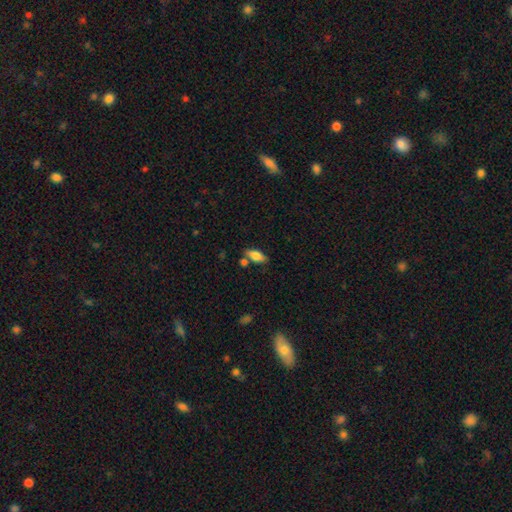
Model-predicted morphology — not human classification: Q: Smooth or featured?
A: smooth (77%); runner-up: featured or disk (15%)
Q: How rounded?
A: in between (83%); runner-up: cigar-shaped (14%)
Q: Merging?
A: none (70%); runner-up: minor disturbance (15%)